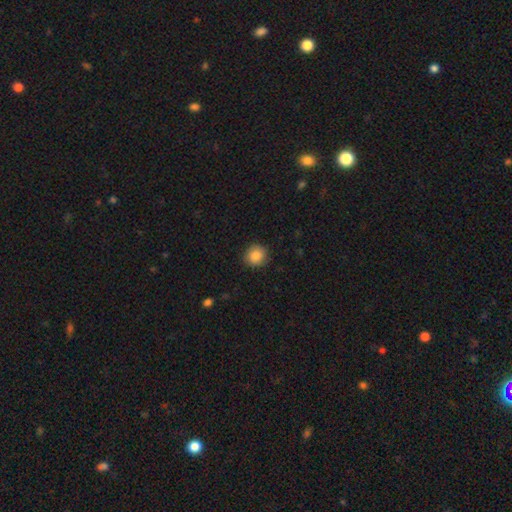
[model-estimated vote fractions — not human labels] Smooth or featured: smooth — 87% (star or artifact — 9%)
How rounded: round — 89% (in between — 10%)
Merging: none — 88% (minor disturbance — 9%)